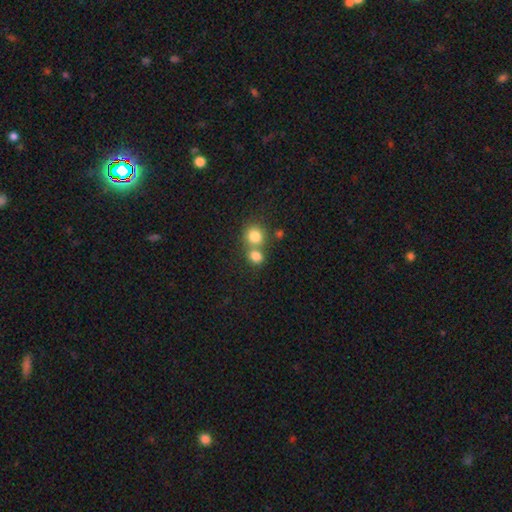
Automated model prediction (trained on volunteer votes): smooth-or-featured: smooth: 81% | star or artifact: 12% | featured or disk: 8%
  how-rounded: round: 76% | in between: 23% | cigar-shaped: 1%
  merging: merger: 46% | none: 44% | minor disturbance: 7% | major disturbance: 3%